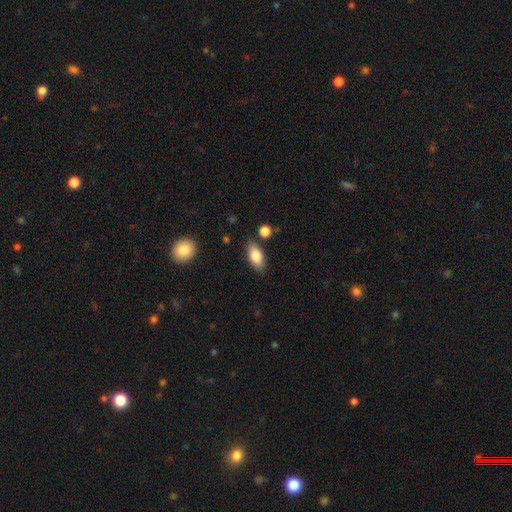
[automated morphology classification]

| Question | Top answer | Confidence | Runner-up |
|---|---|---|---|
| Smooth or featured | smooth | 82% | featured or disk (11%) |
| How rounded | in between | 88% | cigar-shaped (8%) |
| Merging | none | 81% | minor disturbance (13%) |